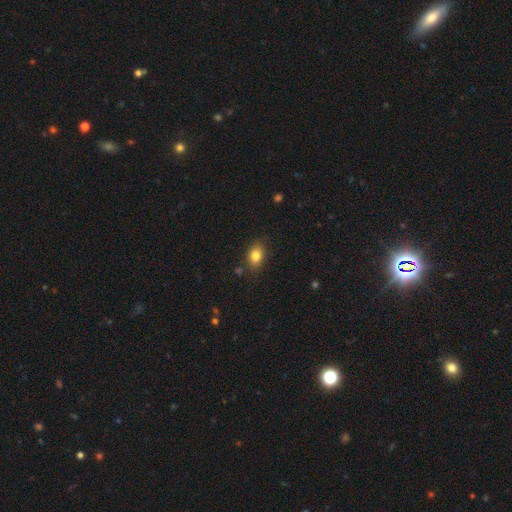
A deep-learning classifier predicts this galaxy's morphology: Smooth or featured? Predicted: smooth (p=0.82). How rounded? Predicted: in between (p=0.70). Merging? Predicted: none (p=0.82).